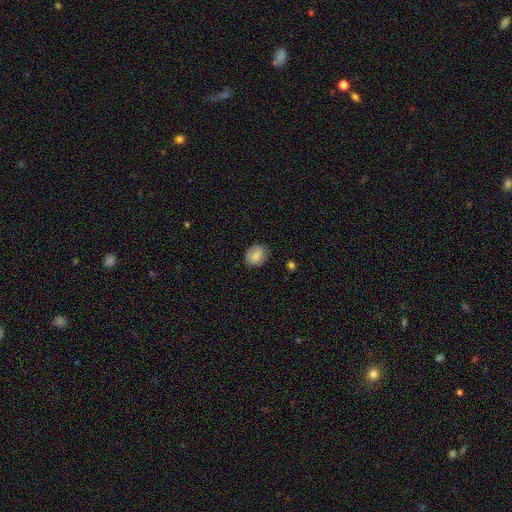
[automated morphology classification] Smooth or featured? Predicted: smooth (p=0.80). How rounded? Predicted: round (p=0.62). Merging? Predicted: none (p=0.77).